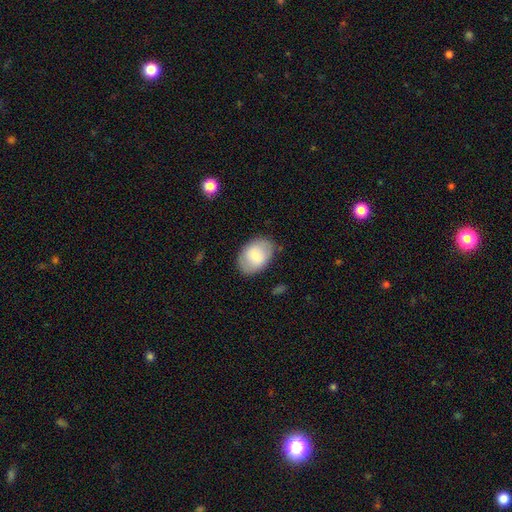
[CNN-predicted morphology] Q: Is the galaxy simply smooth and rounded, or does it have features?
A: smooth — 74%.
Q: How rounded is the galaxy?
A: in between — 85%.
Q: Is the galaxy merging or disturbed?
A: none — 81%.